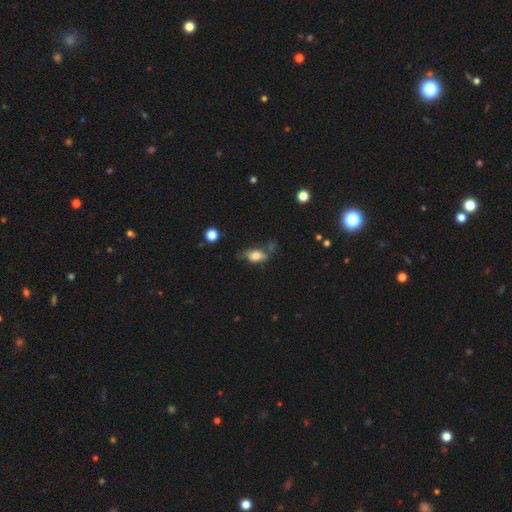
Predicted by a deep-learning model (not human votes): Smooth or featured? Predicted: smooth (p=0.71). How rounded? Predicted: in between (p=0.83). Merging? Predicted: none (p=0.46).